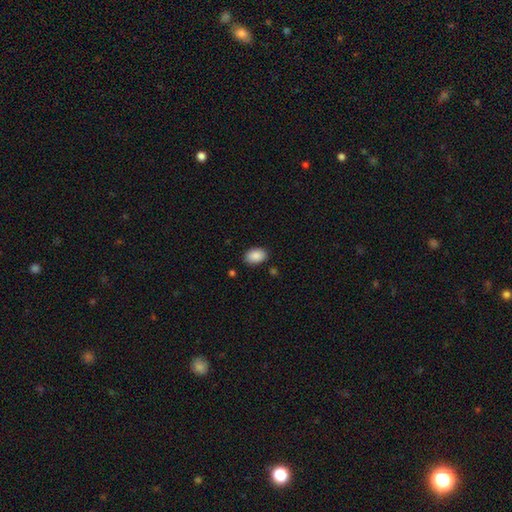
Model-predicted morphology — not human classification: The model was most divided on "how rounded": in between: 87%, round: 12%, cigar-shaped: 1%. More confident: smooth or featured — smooth (90%); merging — none (86%).